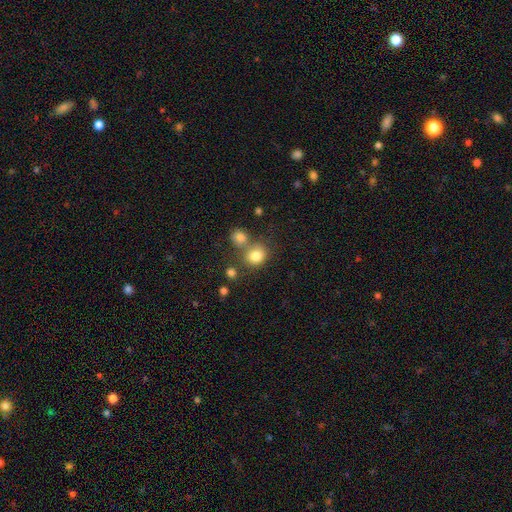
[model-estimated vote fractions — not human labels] smooth_or_featured: smooth (p=0.81) [alt: star or artifact p=0.12]
how_rounded: round (p=0.70) [alt: in between p=0.29]
merging: none (p=0.54) [alt: merger p=0.30]